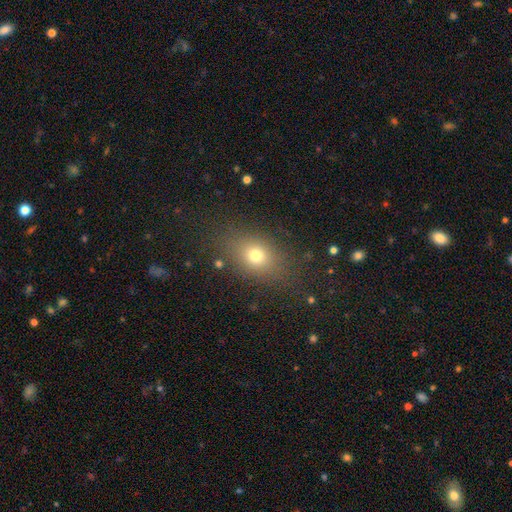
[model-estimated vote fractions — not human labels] Smooth or featured?
  - smooth: 72% *
  - star or artifact: 15%
  - featured or disk: 12%
How rounded?
  - in between: 65% *
  - round: 33%
  - cigar-shaped: 3%
Merging?
  - none: 81% *
  - minor disturbance: 11%
  - major disturbance: 5%
  - merger: 2%